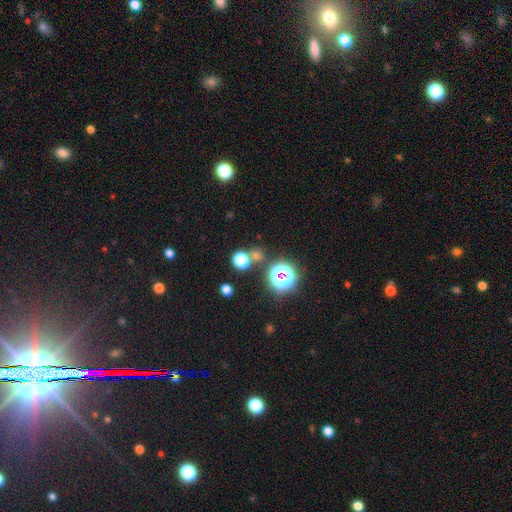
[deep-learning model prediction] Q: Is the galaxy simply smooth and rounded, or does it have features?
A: smooth — 52%.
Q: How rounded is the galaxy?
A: round — 87%.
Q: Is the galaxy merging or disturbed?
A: none — 72%.